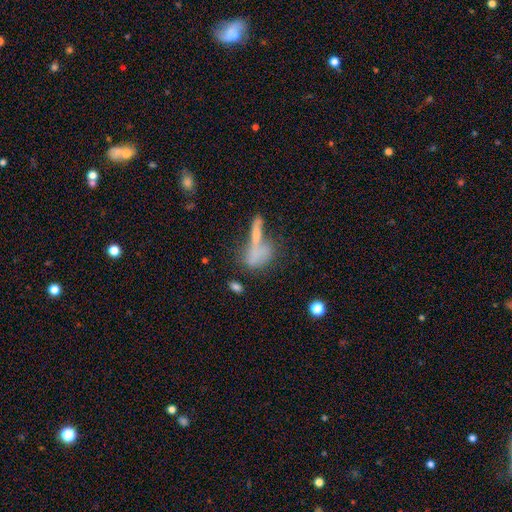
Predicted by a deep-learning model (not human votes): Smooth or featured? Predicted: smooth (p=0.57). How rounded? Predicted: in between (p=0.54). Merging? Predicted: merger (p=0.43).